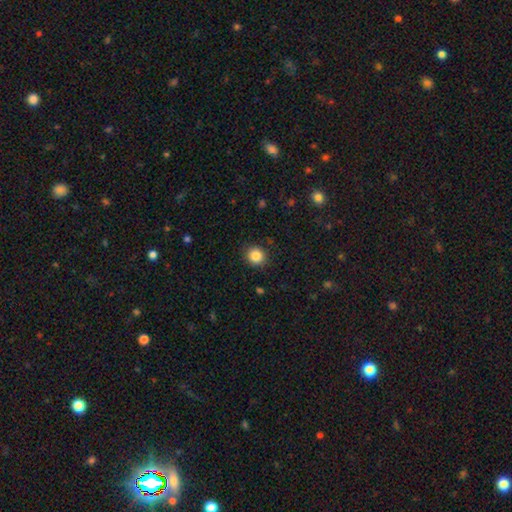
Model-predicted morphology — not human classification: Smooth or featured?
  - smooth: 85% *
  - star or artifact: 10%
  - featured or disk: 5%
How rounded?
  - round: 85% *
  - in between: 14%
  - cigar-shaped: 1%
Merging?
  - none: 89% *
  - minor disturbance: 7%
  - major disturbance: 2%
  - merger: 1%